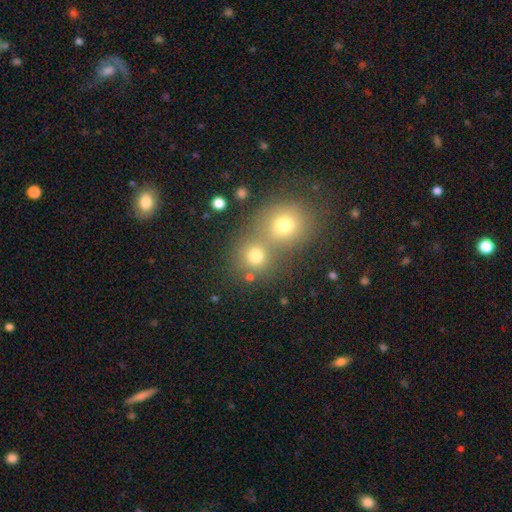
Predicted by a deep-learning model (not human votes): Q: Smooth or featured?
A: smooth (75%); runner-up: star or artifact (16%)
Q: How rounded?
A: round (85%); runner-up: in between (14%)
Q: Merging?
A: merger (47%); runner-up: none (45%)